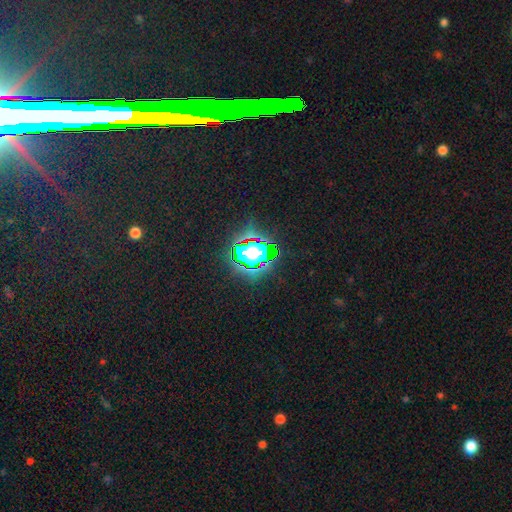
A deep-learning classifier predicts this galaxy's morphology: star or artifact 82%, featured or disk 9%, smooth 9%.